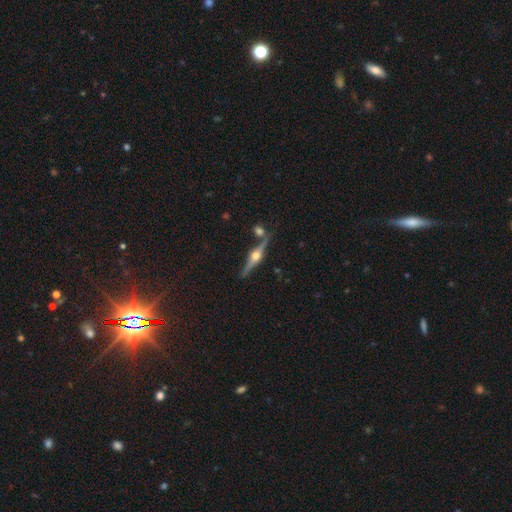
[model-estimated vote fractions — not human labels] Smooth or featured? featured or disk (84%)
Edge-on disk? yes (98%)
Edge-on bulge? rounded (96%)
Merging? none (79%)